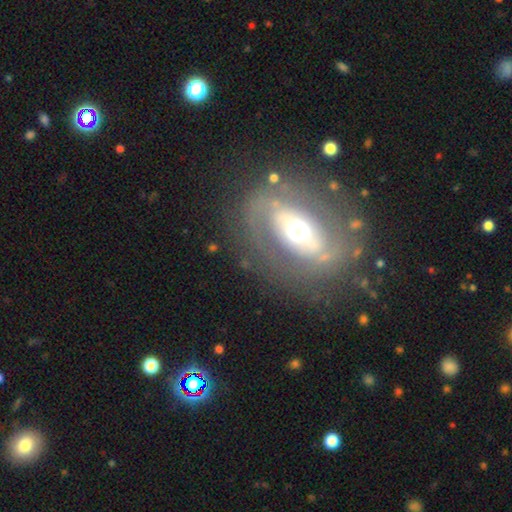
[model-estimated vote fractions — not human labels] The model was most divided on "bar": strong: 46%, weak: 29%, no: 25%. More confident: edge-on disk — no (87%); smooth or featured — featured or disk (78%); merging — none (76%); spiral arms — yes (70%); bulge size — moderate (63%).